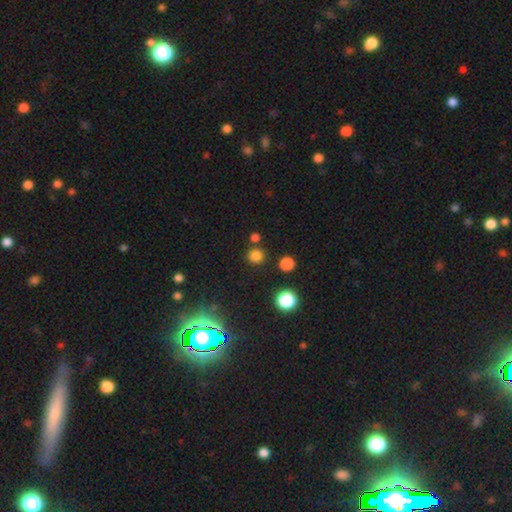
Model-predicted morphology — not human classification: type=smooth (77%); roundness=round (92%); merging=none (81%).